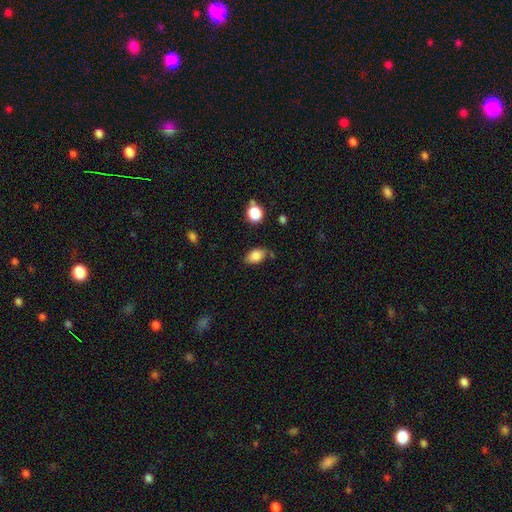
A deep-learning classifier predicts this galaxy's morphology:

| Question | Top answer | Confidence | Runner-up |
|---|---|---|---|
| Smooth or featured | smooth | 84% | star or artifact (9%) |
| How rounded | in between | 88% | round (10%) |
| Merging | none | 74% | minor disturbance (18%) |